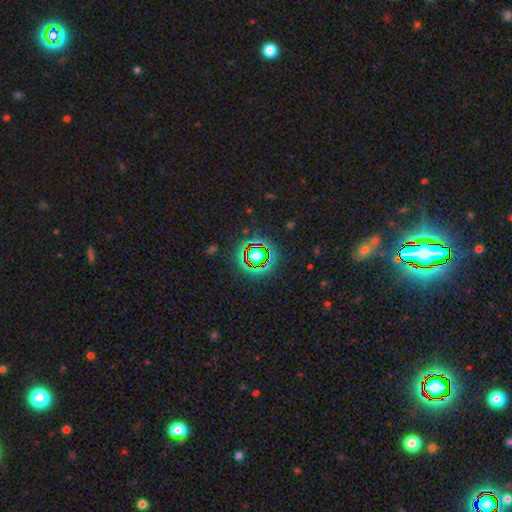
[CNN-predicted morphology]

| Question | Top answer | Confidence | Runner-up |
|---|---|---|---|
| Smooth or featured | star or artifact | 69% | smooth (20%) |